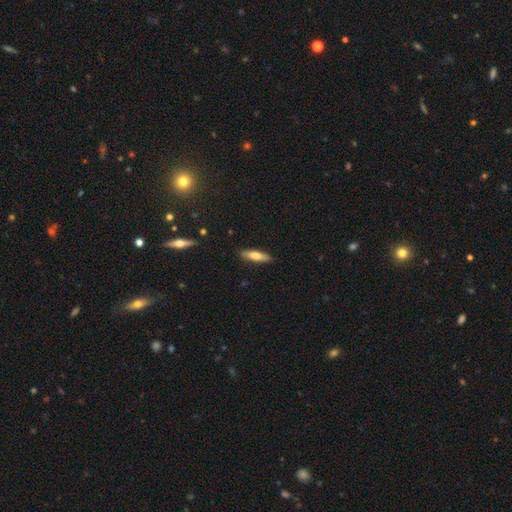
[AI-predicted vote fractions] Overall: smooth (71%). How rounded: cigar-shaped (70%). Merging: none (88%).